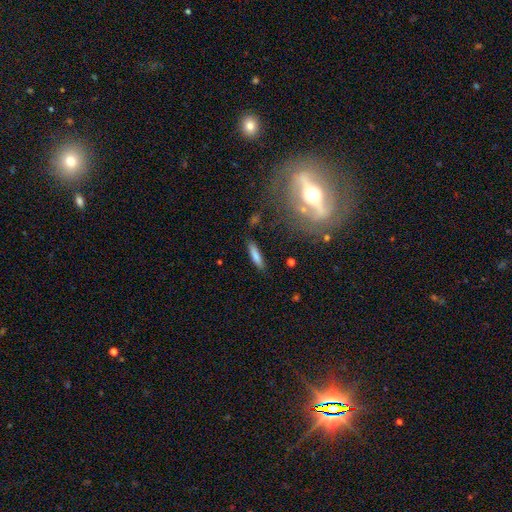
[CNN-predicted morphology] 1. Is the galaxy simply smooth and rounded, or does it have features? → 77% smooth, 15% featured or disk, 8% star or artifact.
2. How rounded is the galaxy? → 80% cigar-shaped, 18% in between, 2% round.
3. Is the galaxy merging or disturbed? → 85% none, 10% minor disturbance, 3% major disturbance, 2% merger.